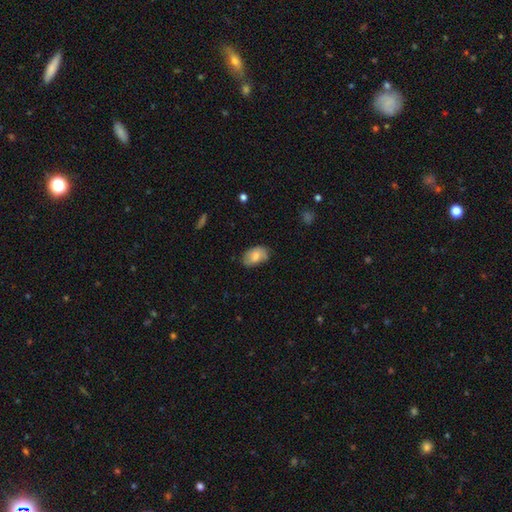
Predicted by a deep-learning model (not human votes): A smooth galaxy with no disk features (79%) that is in between round and cigar-shaped (91%).

Vote fractions:
- Smooth or featured? smooth: 79% / featured or disk: 14% / star or artifact: 7%
- How rounded? in between: 91% / round: 8% / cigar-shaped: 1%
- Merging? none: 68% / minor disturbance: 25% / major disturbance: 5% / merger: 2%